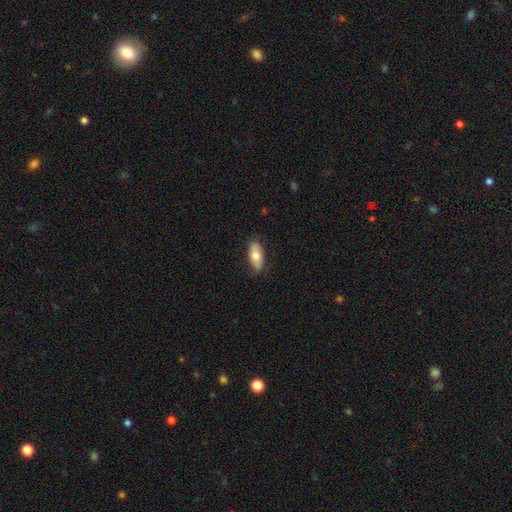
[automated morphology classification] A smooth galaxy with no disk features (69%) that is in between round and cigar-shaped (83%). Merging: none (82%).